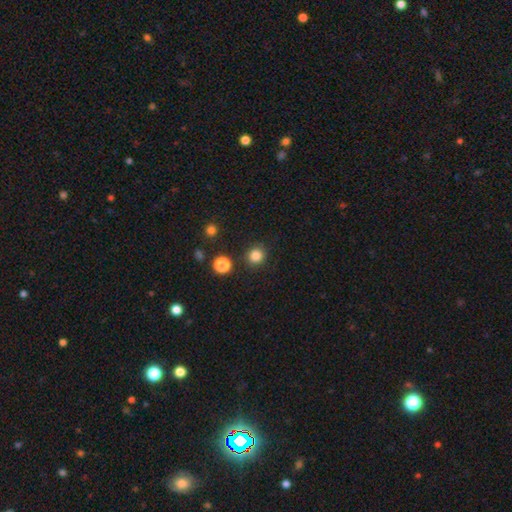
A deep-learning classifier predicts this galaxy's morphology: Q: Smooth or featured?
A: smooth (84%); runner-up: star or artifact (12%)
Q: How rounded?
A: round (93%); runner-up: in between (6%)
Q: Merging?
A: none (89%); runner-up: minor disturbance (6%)